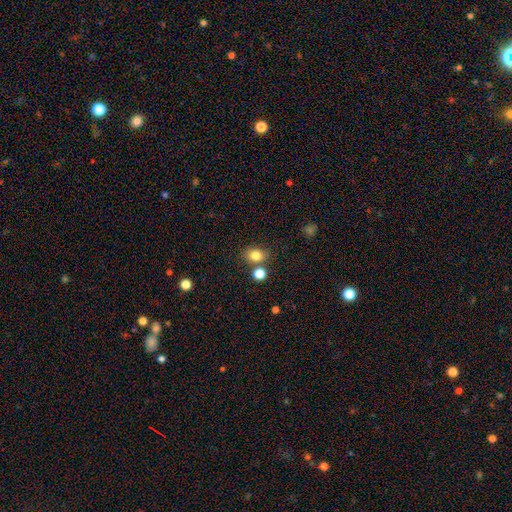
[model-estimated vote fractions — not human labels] Smooth or featured?
  - smooth: 81% *
  - star or artifact: 12%
  - featured or disk: 7%
How rounded?
  - round: 54% *
  - in between: 45%
  - cigar-shaped: 1%
Merging?
  - none: 72% *
  - merger: 14%
  - minor disturbance: 11%
  - major disturbance: 3%